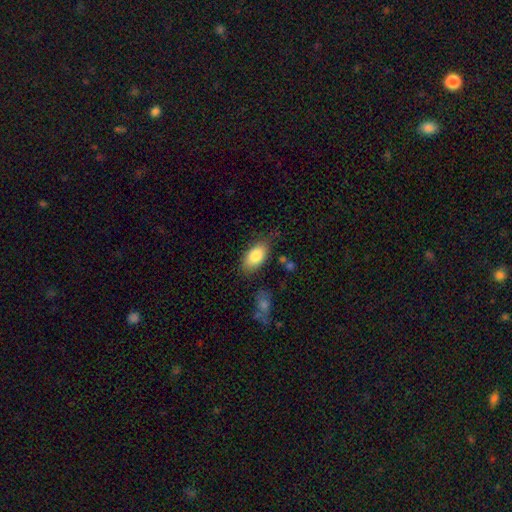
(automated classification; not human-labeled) Morphology: type=smooth (83%); roundness=in between (93%); merging=none (75%).